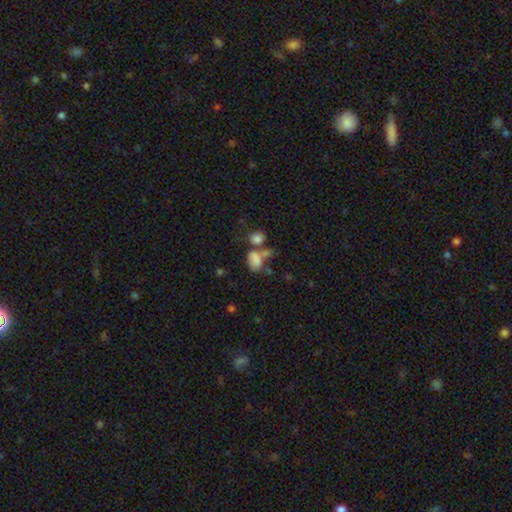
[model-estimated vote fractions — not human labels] Morphology: type=smooth (74%); roundness=in between (78%); merging=merger (47%).